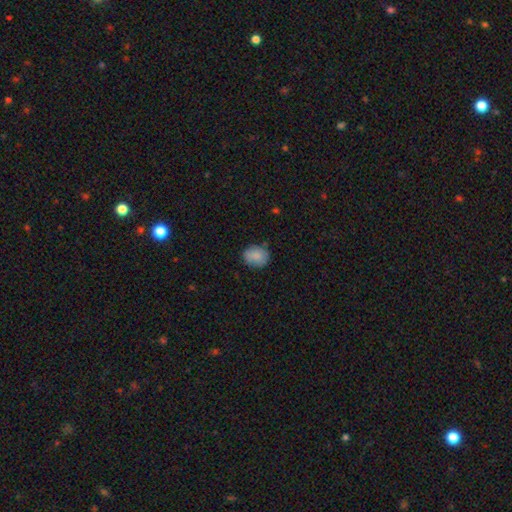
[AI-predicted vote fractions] smooth-or-featured: smooth: 85% | star or artifact: 8% | featured or disk: 7%
  how-rounded: round: 62% | in between: 37% | cigar-shaped: 1%
  merging: none: 76% | minor disturbance: 18% | major disturbance: 4% | merger: 2%